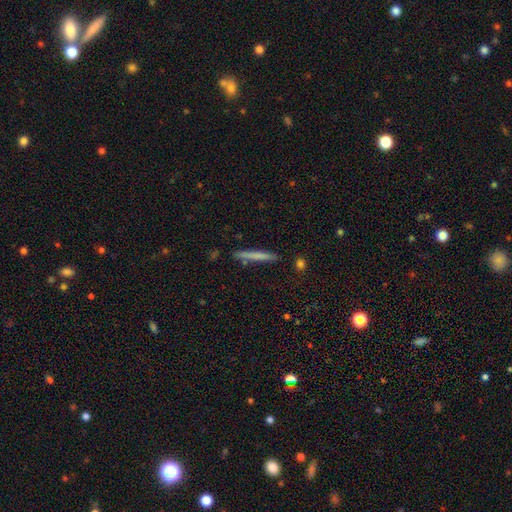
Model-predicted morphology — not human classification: smooth 65%, featured or disk 29%, star or artifact 6%. Down the decision tree: how rounded — cigar-shaped (96%); merging — none (87%).